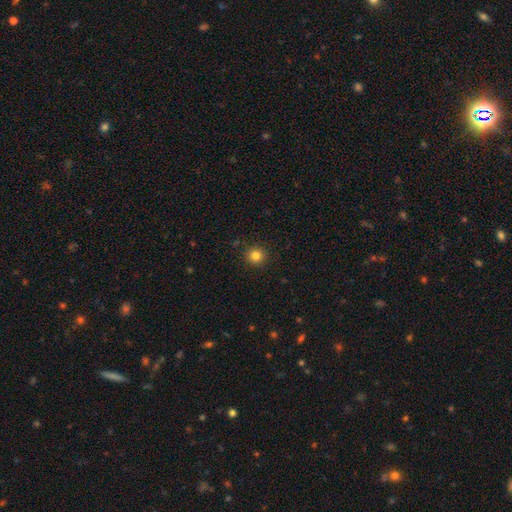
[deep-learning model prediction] Overall: smooth (83%). How rounded: round (93%). Merging: none (91%).